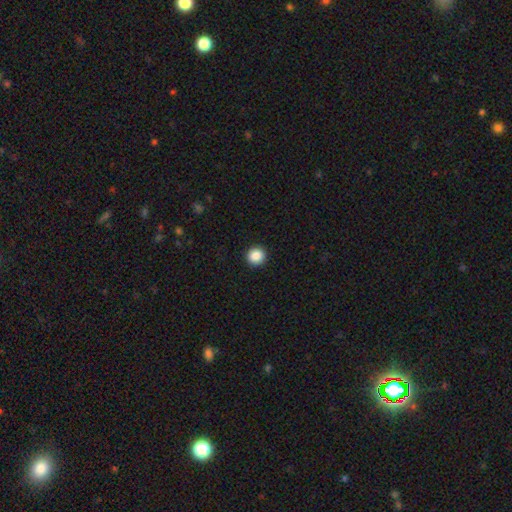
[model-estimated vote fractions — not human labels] Overall: smooth (88%). How rounded: round (93%). Merging: none (93%).